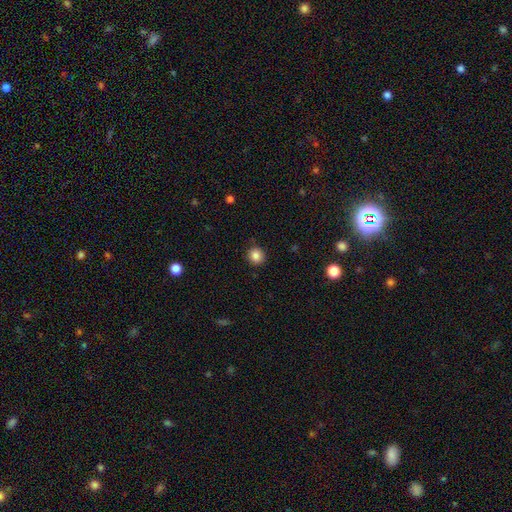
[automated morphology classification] The model was most divided on "smooth or featured": smooth: 85%, star or artifact: 10%, featured or disk: 4%. More confident: how rounded — round (91%); merging — none (89%).